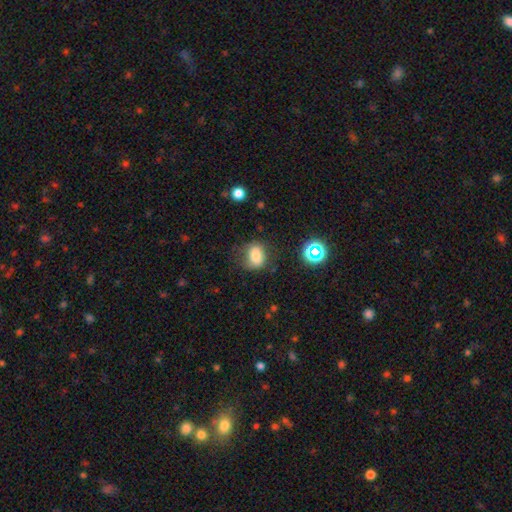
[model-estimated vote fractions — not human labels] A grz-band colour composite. It shows a smooth galaxy with no disk features (77%) that is in between round and cigar-shaped (61%). Merging: none (64%).